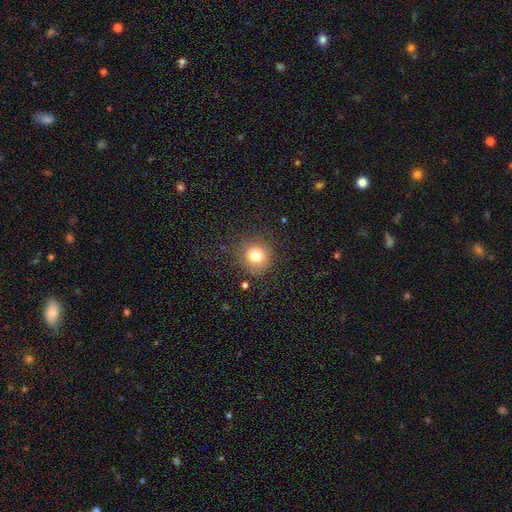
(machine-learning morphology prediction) A smooth galaxy with no disk features (78%) that is round (91%). Merging: none (84%).